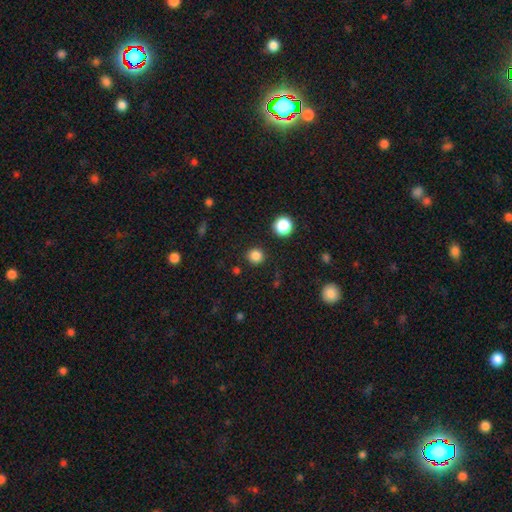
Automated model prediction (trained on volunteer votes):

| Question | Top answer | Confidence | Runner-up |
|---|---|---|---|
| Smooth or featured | smooth | 84% | star or artifact (13%) |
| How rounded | round | 94% | in between (5%) |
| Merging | none | 91% | minor disturbance (5%) |